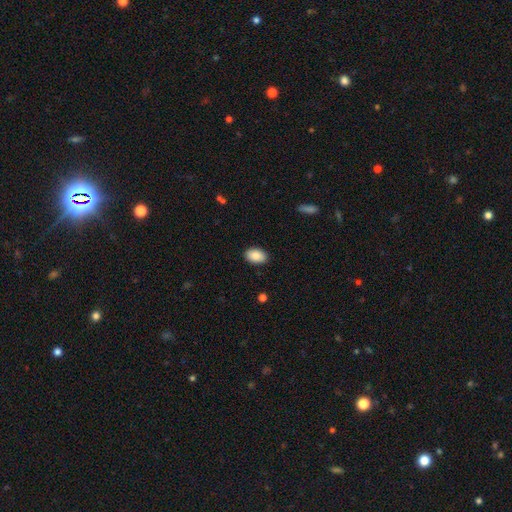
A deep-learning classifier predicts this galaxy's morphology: This is clearly a smooth galaxy (89%). How rounded: clearly in between (91%). Merging: clearly none (89%).